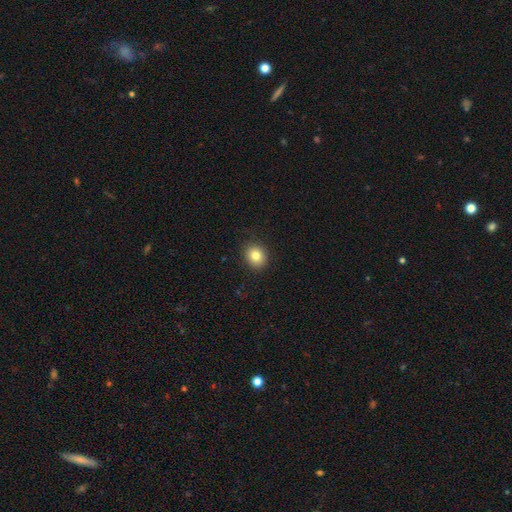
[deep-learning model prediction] Smooth or featured?
  - smooth: 81% *
  - star or artifact: 11%
  - featured or disk: 9%
How rounded?
  - round: 76% *
  - in between: 23%
  - cigar-shaped: 1%
Merging?
  - none: 89% *
  - minor disturbance: 7%
  - major disturbance: 2%
  - merger: 1%